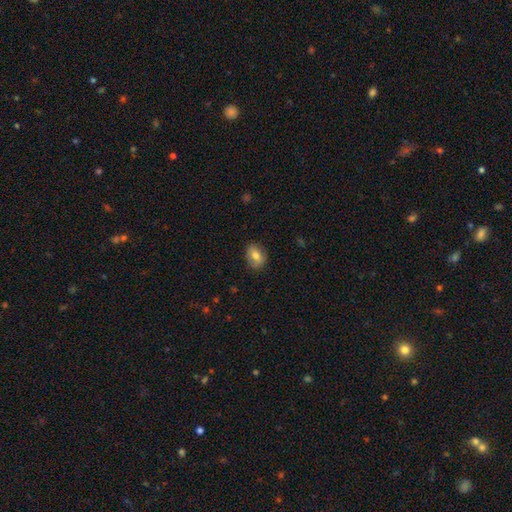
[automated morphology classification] Smooth or featured: smooth — 72% (featured or disk — 20%)
How rounded: in between — 66% (round — 33%)
Merging: none — 83% (minor disturbance — 13%)